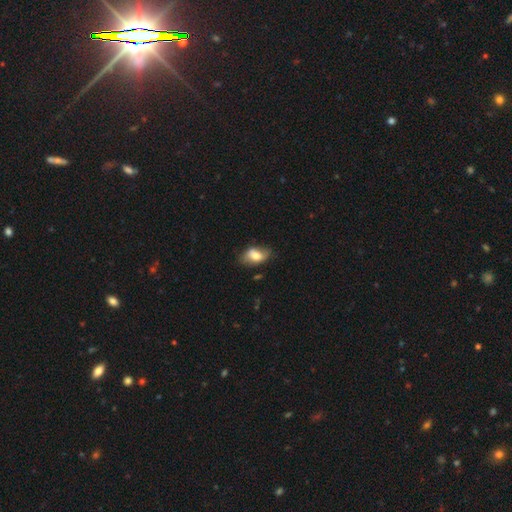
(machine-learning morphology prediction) smooth 69%, featured or disk 24%, star or artifact 7%. Down the decision tree: how rounded — in between (88%); merging — none (60%).